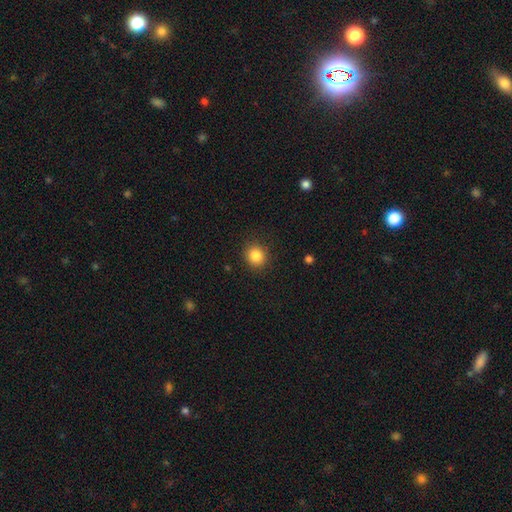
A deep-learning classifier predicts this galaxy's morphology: smooth 85%, star or artifact 10%, featured or disk 5%. Down the decision tree: how rounded — round (83%); merging — none (89%).